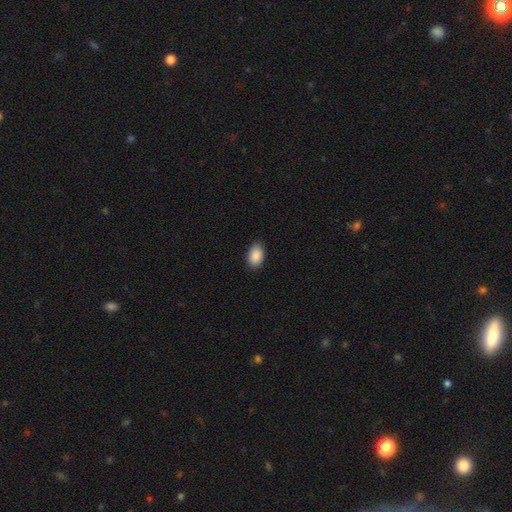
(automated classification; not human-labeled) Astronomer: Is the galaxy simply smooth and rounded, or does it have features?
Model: smooth — 90%.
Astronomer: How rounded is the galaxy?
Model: in between — 91%.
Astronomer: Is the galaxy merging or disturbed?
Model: none — 86%.